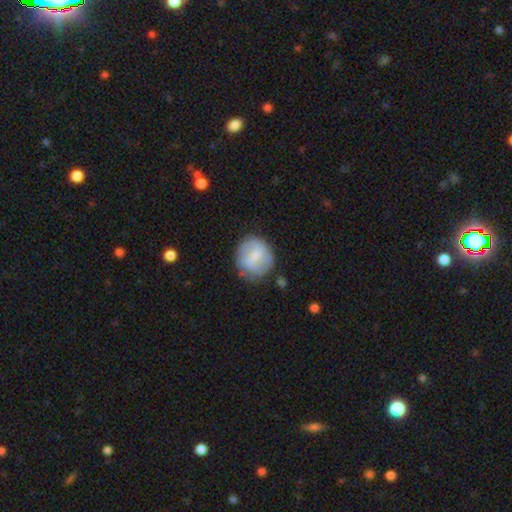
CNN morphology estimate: Smooth or featured? smooth (60%)
How rounded? round (79%)
Merging? none (72%)